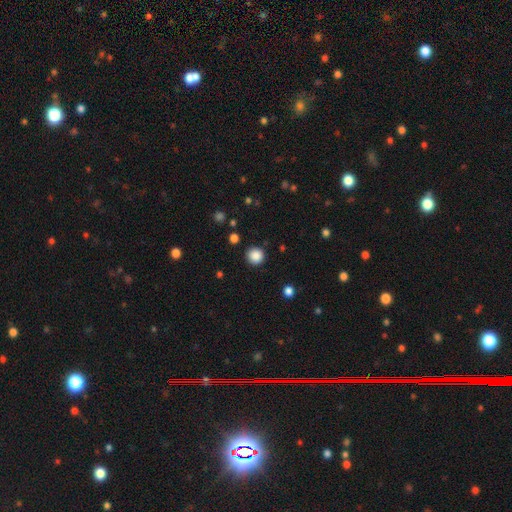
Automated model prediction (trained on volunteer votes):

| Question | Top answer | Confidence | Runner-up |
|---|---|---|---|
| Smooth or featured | smooth | 87% | star or artifact (10%) |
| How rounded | round | 94% | in between (6%) |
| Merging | none | 90% | minor disturbance (6%) |